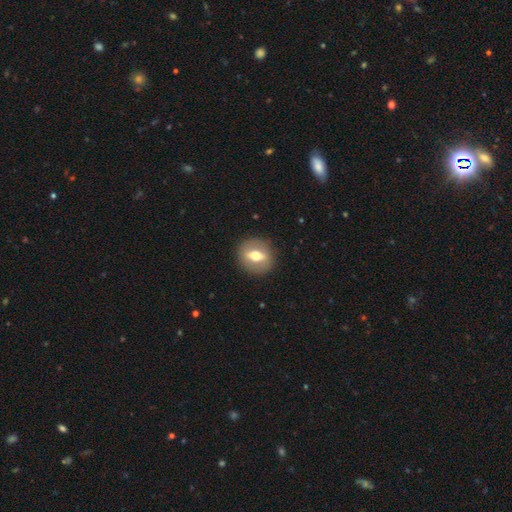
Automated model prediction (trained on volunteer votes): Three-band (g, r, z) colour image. It shows a featured or disk galaxy (47%). Merging: none (89%).